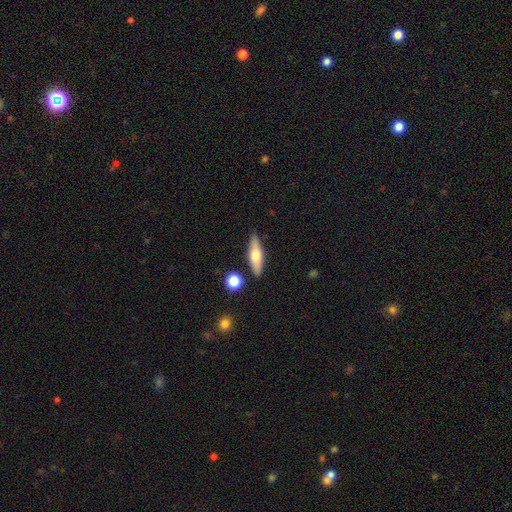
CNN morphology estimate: Q: Smooth or featured?
A: smooth (54%); runner-up: featured or disk (40%)
Q: How rounded?
A: in between (49%); runner-up: cigar-shaped (48%)
Q: Merging?
A: none (83%); runner-up: minor disturbance (10%)